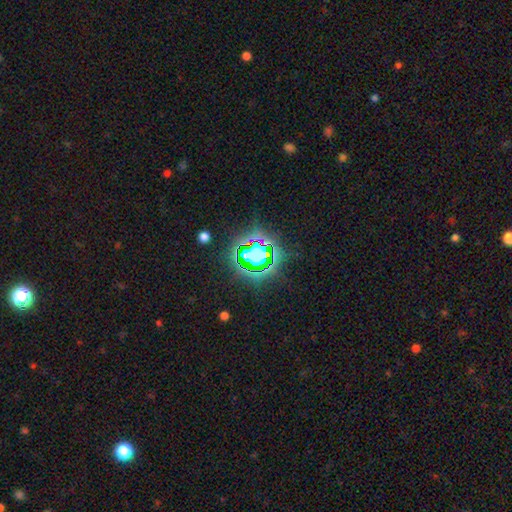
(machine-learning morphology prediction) Smooth or featured?
  - star or artifact: 69% *
  - smooth: 19%
  - featured or disk: 12%